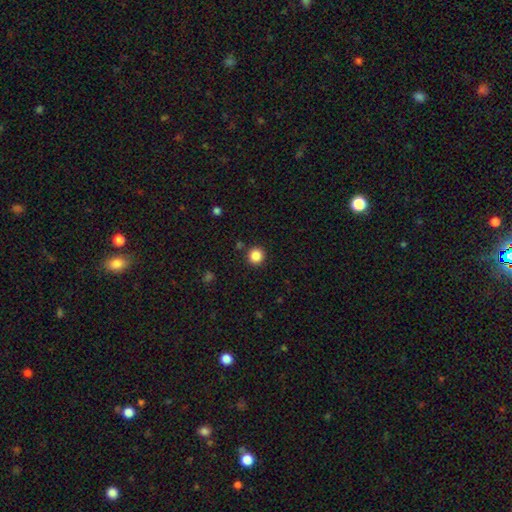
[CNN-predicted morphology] Q: Smooth or featured?
A: smooth (86%); runner-up: star or artifact (11%)
Q: How rounded?
A: round (95%); runner-up: in between (4%)
Q: Merging?
A: none (90%); runner-up: minor disturbance (6%)